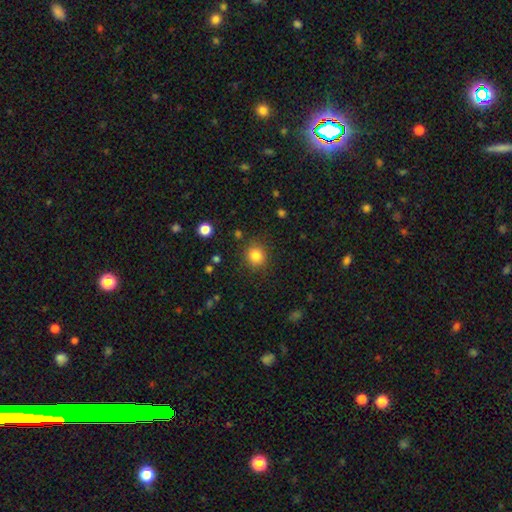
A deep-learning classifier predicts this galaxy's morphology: The model was most divided on "smooth or featured": smooth: 83%, star or artifact: 11%, featured or disk: 5%. More confident: how rounded — round (87%); merging — none (87%).